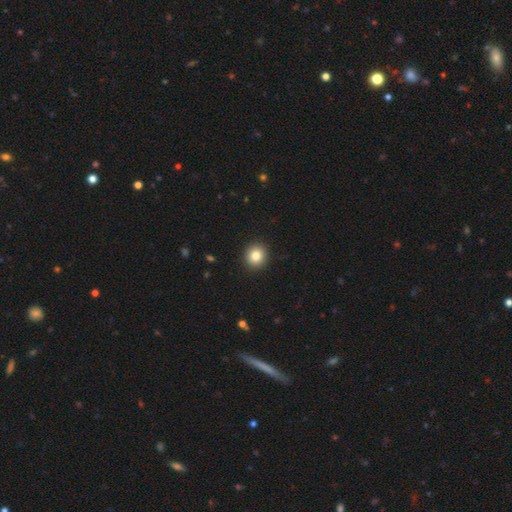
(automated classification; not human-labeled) Overall: smooth (82%). How rounded: round (88%). Merging: none (93%).